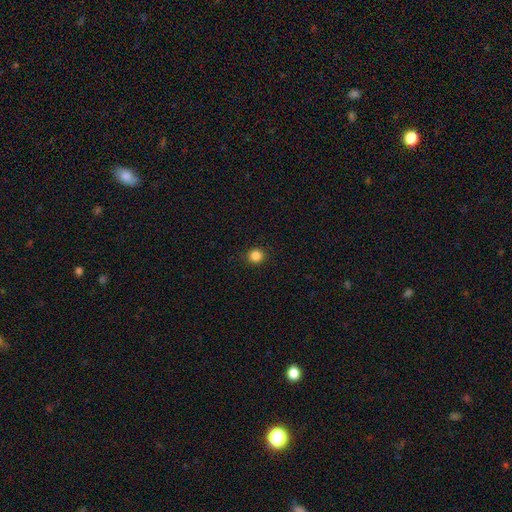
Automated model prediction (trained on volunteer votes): The model was most divided on "smooth or featured": smooth: 85%, star or artifact: 12%, featured or disk: 3%. More confident: how rounded — round (92%); merging — none (91%).